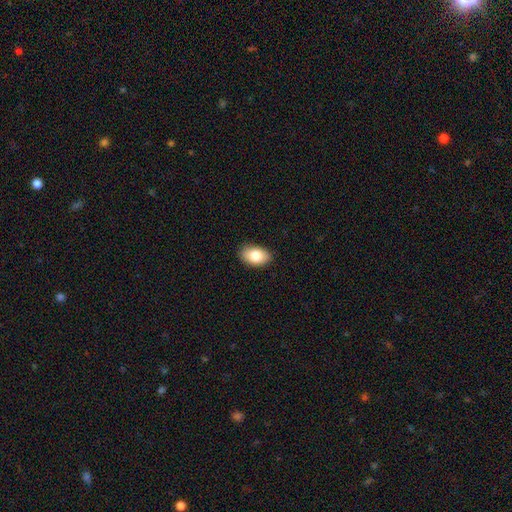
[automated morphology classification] Smooth or featured? Predicted: smooth (p=0.83). How rounded? Predicted: in between (p=0.91). Merging? Predicted: none (p=0.88).